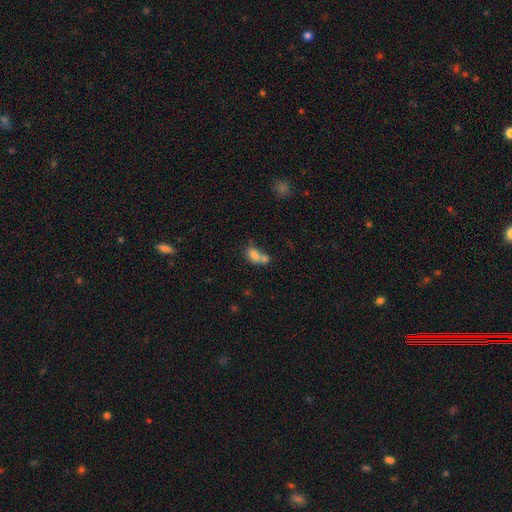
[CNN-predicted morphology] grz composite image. It shows a smooth galaxy with no disk features (75%) that is in between round and cigar-shaped (80%). Merging: merger (62%).